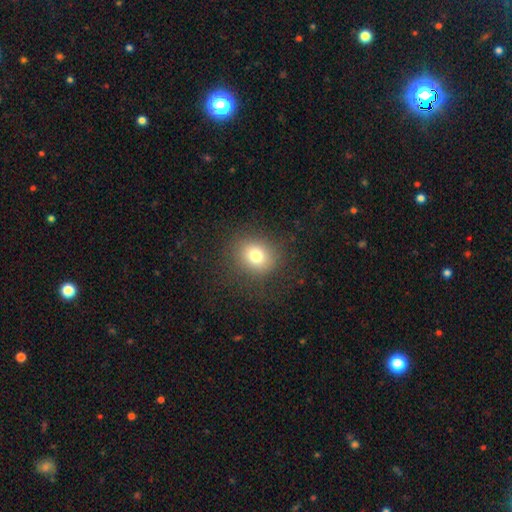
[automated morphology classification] Overall: smooth (76%). How rounded: round (74%). Merging: none (82%).